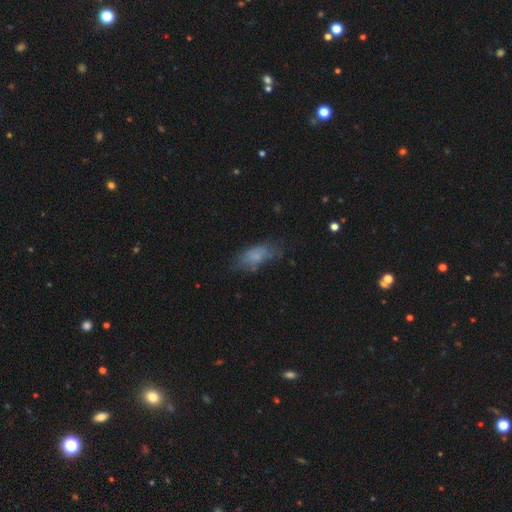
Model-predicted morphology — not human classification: type=smooth (67%); roundness=in between (84%); merging=none (54%).